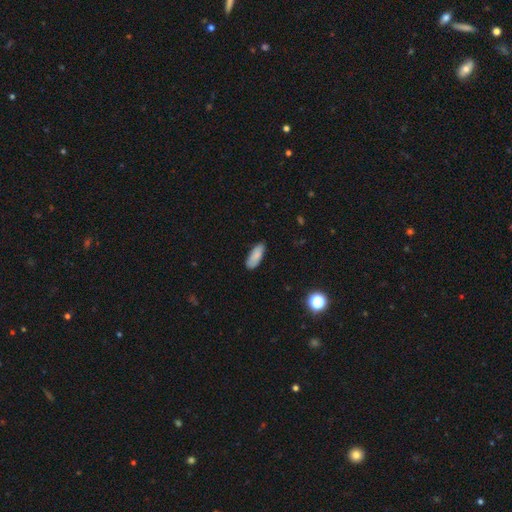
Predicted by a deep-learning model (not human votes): The model was most divided on "how rounded": in between: 74%, cigar-shaped: 24%, round: 2%. More confident: smooth or featured — smooth (85%); merging — none (83%).